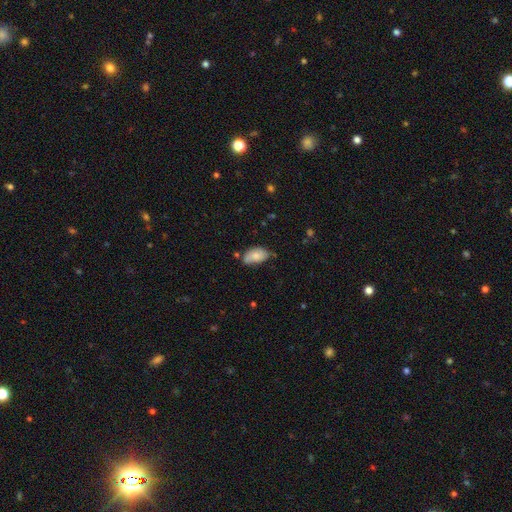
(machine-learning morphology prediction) Overall: smooth (76%). How rounded: in between (92%). Merging: none (52%; minor disturbance 34%).